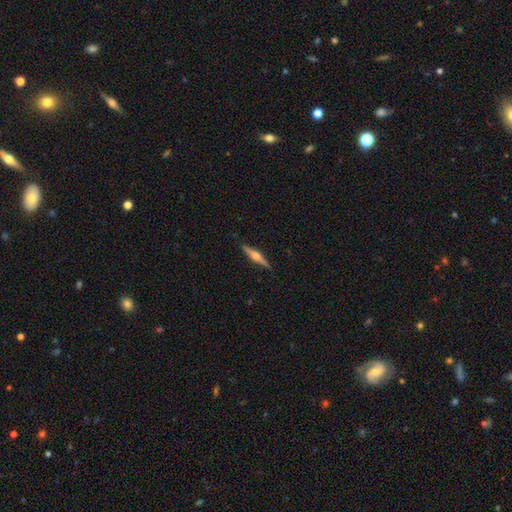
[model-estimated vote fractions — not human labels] Smooth or featured? Predicted: featured or disk (p=0.74). Edge-on disk? Predicted: yes (p=0.98). Edge-on bulge? Predicted: rounded (p=0.92). Merging? Predicted: none (p=0.90).